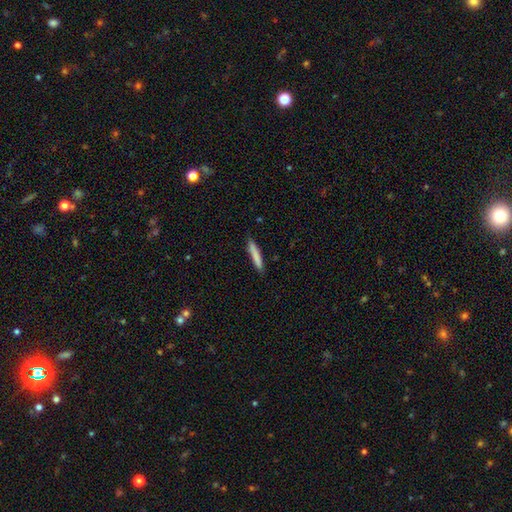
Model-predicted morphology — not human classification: Smooth or featured?
  - smooth: 82% *
  - featured or disk: 12%
  - star or artifact: 6%
How rounded?
  - cigar-shaped: 93% *
  - in between: 6%
  - round: 1%
Merging?
  - none: 88% *
  - minor disturbance: 9%
  - major disturbance: 2%
  - merger: 1%